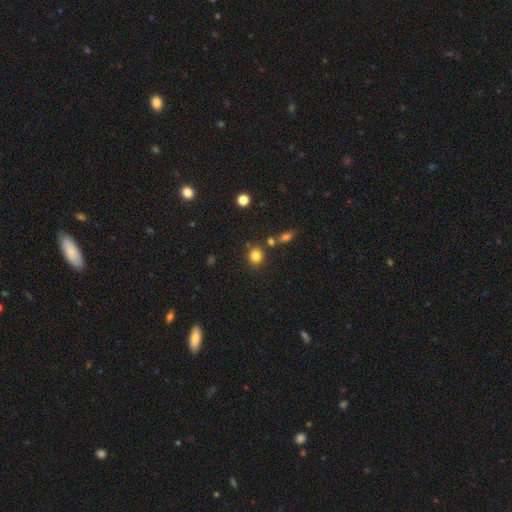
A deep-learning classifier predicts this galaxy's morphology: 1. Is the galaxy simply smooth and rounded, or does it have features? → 83% smooth, 12% star or artifact, 5% featured or disk.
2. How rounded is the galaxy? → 81% round, 18% in between, 1% cigar-shaped.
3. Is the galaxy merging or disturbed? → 80% none, 9% minor disturbance, 8% merger, 3% major disturbance.